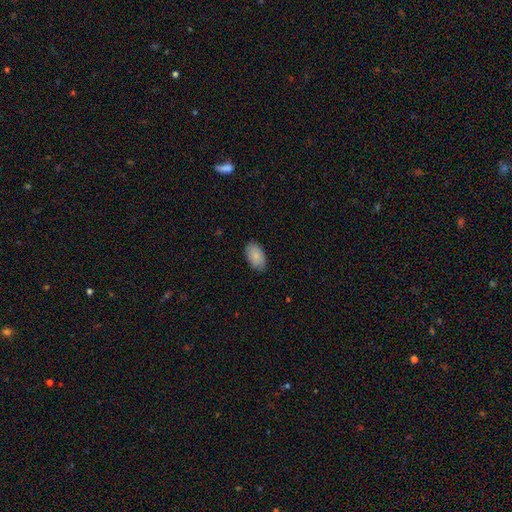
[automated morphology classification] smooth-or-featured: smooth: 86% | featured or disk: 8% | star or artifact: 6%
  how-rounded: in between: 94% | round: 4% | cigar-shaped: 1%
  merging: none: 86% | minor disturbance: 11% | major disturbance: 2% | merger: 1%